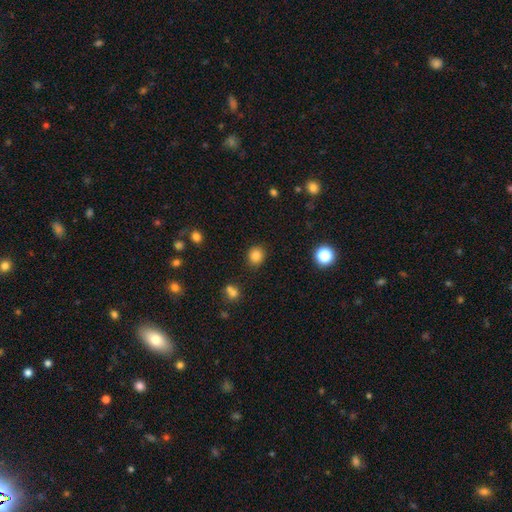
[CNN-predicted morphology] smooth_or_featured: smooth (p=0.83) [alt: star or artifact p=0.12]
how_rounded: round (p=0.82) [alt: in between p=0.17]
merging: none (p=0.88) [alt: minor disturbance p=0.07]